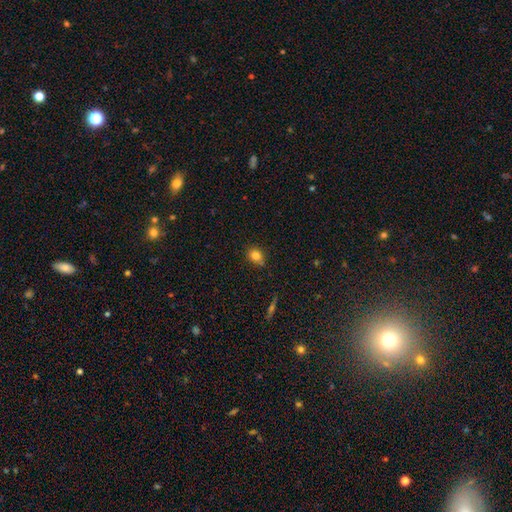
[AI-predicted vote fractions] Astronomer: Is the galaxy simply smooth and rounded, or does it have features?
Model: smooth — 81%.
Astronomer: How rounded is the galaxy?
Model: round — 60% (runner-up: in between, 38%).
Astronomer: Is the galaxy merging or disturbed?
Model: none — 79%.